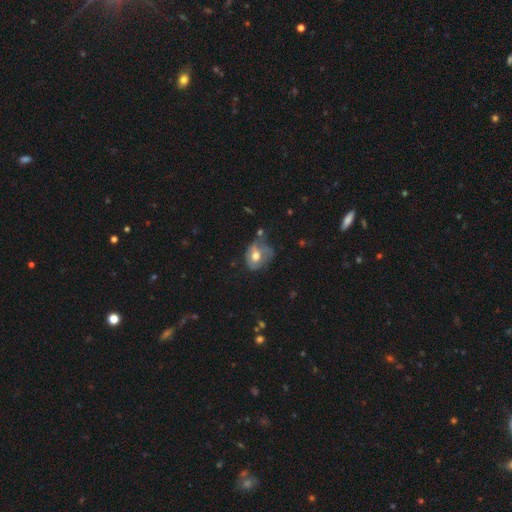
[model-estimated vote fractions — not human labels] smooth 55%, featured or disk 37%, star or artifact 8%. Down the decision tree: how rounded — in between (57%); merging — minor disturbance (35%).